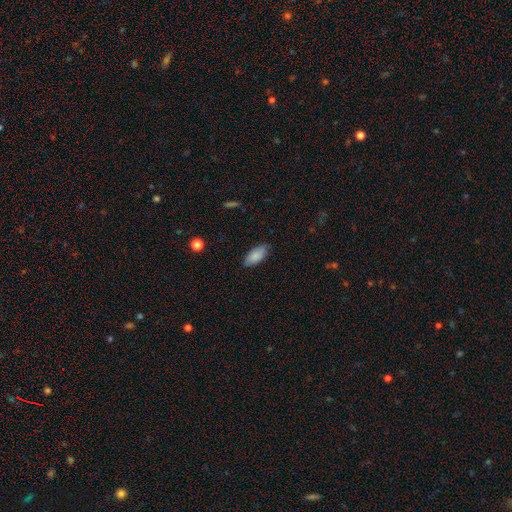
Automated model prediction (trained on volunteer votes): The model was most divided on "merging": none: 79%, minor disturbance: 17%, major disturbance: 3%, merger: 1%. More confident: how rounded — in between (90%); smooth or featured — smooth (82%).